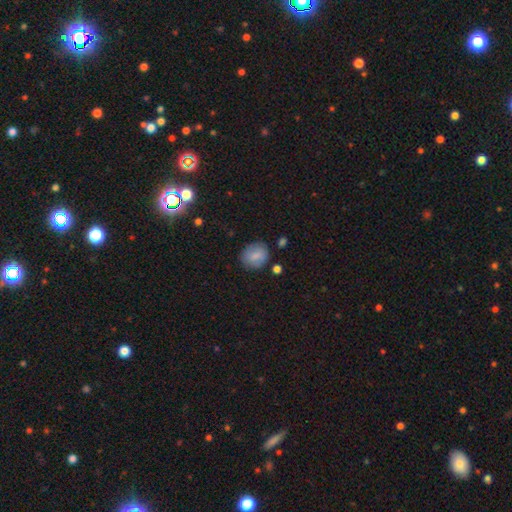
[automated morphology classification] smooth_or_featured: smooth (p=0.82) [alt: featured or disk p=0.10]
how_rounded: round (p=0.64) [alt: in between p=0.35]
merging: none (p=0.77) [alt: minor disturbance p=0.16]